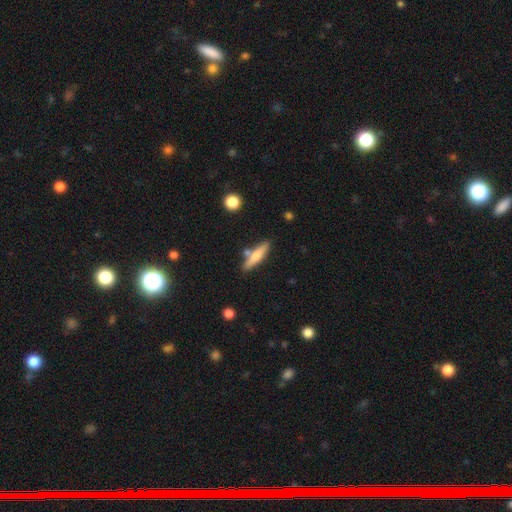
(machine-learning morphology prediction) Smooth or featured?
  - smooth: 62% *
  - featured or disk: 32%
  - star or artifact: 6%
How rounded?
  - cigar-shaped: 80% *
  - in between: 18%
  - round: 2%
Merging?
  - none: 76% *
  - minor disturbance: 12%
  - merger: 9%
  - major disturbance: 3%